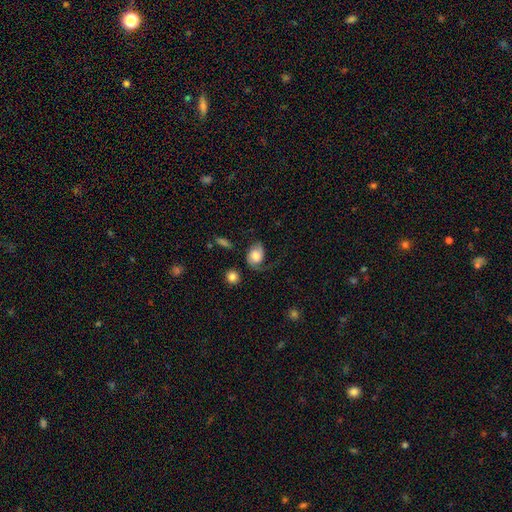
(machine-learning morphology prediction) Overall: smooth (48%; featured or disk 44%). Merging: none (41%; major disturbance 31%).